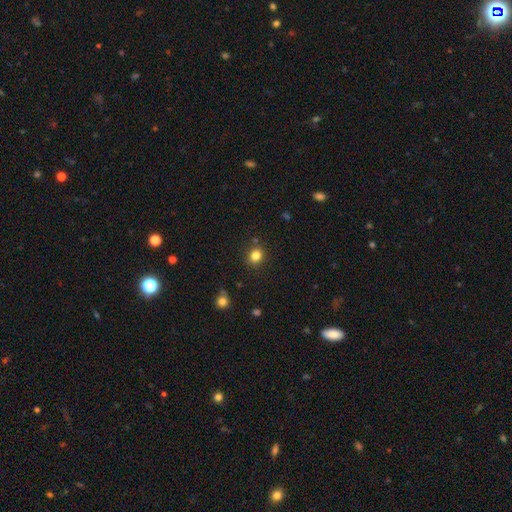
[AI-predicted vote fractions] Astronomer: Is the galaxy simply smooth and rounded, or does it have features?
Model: smooth — 82%.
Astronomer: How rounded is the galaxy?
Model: round — 69%.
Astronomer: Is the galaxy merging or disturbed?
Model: none — 83%.